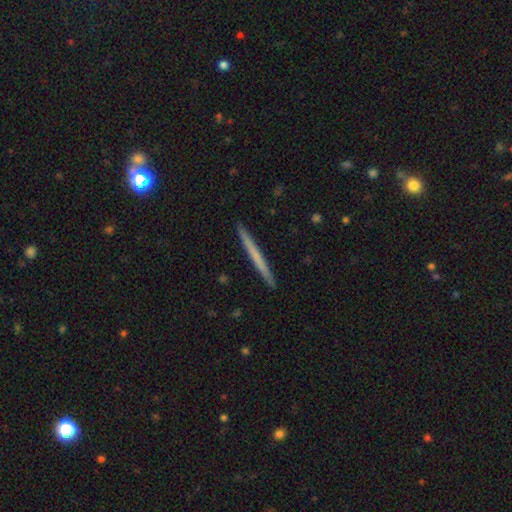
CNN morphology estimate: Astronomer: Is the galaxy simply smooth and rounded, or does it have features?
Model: smooth — 52% (runner-up: featured or disk, 43%).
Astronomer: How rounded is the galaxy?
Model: cigar-shaped — 97%.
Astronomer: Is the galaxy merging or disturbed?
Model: none — 93%.